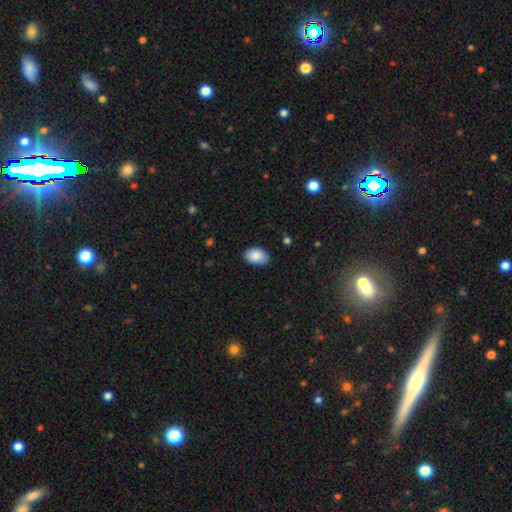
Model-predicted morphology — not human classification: smooth_or_featured: smooth (p=0.88) [alt: star or artifact p=0.07]
how_rounded: in between (p=0.87) [alt: round p=0.12]
merging: none (p=0.77) [alt: minor disturbance p=0.19]